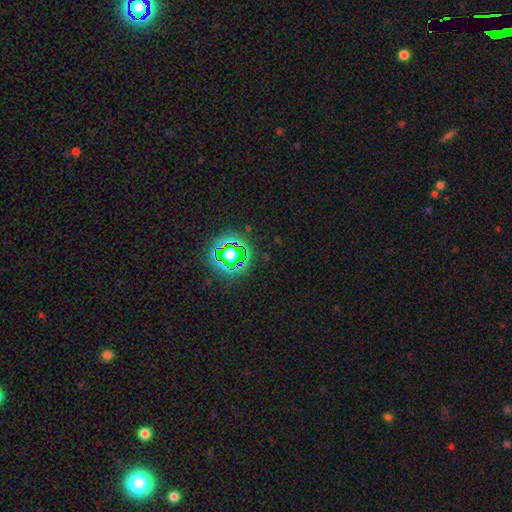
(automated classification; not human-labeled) This is likely a star or artifact rather than a galaxy (77%).